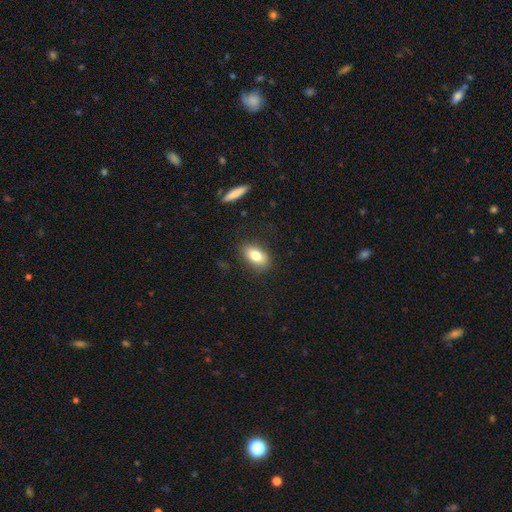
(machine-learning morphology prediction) smooth_or_featured: smooth (p=0.80) [alt: featured or disk p=0.12]
how_rounded: in between (p=0.88) [alt: round p=0.07]
merging: none (p=0.84) [alt: minor disturbance p=0.11]